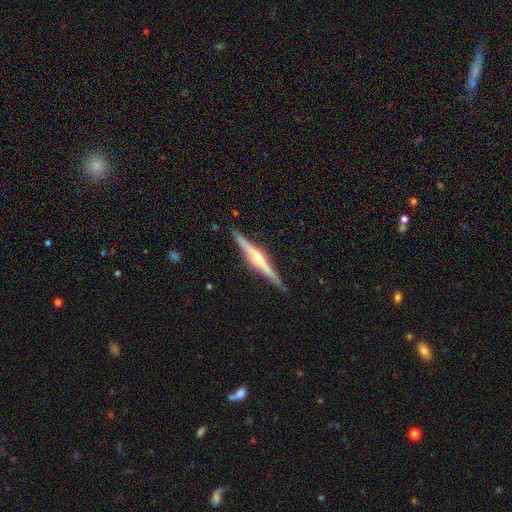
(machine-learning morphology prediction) featured or disk 79%, smooth 15%, star or artifact 6%. Down the decision tree: edge-on disk — yes (98%); edge-on bulge — rounded (67%); merging — none (90%).